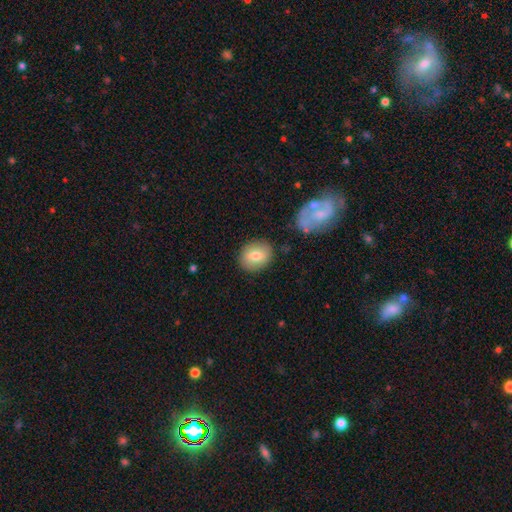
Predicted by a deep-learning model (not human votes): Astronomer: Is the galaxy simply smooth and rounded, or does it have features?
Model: smooth — 75%.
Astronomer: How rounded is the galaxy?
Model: round — 58% (runner-up: in between, 41%).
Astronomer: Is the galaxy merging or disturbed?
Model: none — 86%.